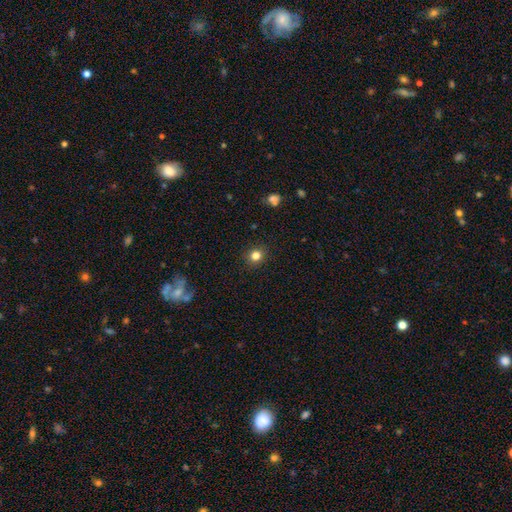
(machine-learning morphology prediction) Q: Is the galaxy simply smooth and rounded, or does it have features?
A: smooth — 81%.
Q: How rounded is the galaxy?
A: round — 82%.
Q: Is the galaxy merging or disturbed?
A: none — 90%.